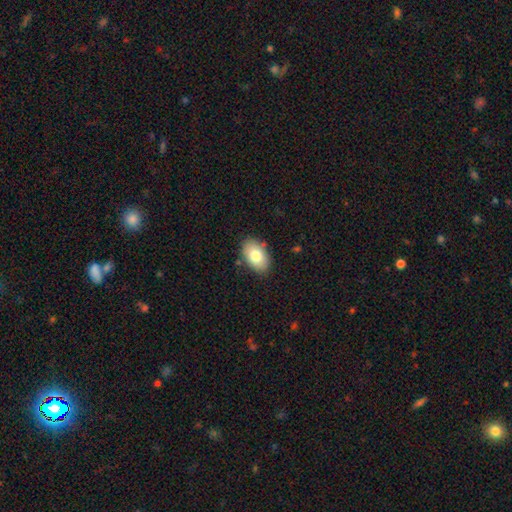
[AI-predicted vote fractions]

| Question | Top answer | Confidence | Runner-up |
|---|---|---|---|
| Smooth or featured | smooth | 79% | featured or disk (14%) |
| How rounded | in between | 90% | round (9%) |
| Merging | none | 84% | minor disturbance (12%) |